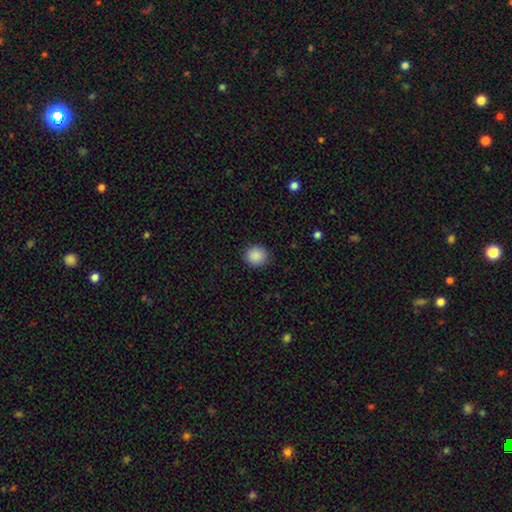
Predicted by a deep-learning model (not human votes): A smooth galaxy with no disk features (89%) that is round (87%). Merging: none (90%).